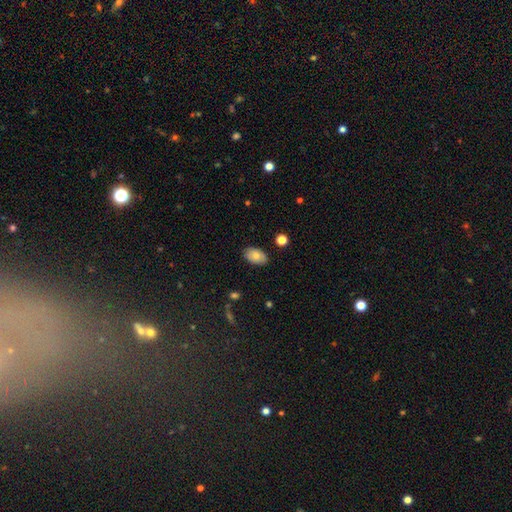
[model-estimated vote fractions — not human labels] This appears to be a smooth galaxy with no disk features (78%) that is in between round and cigar-shaped (92%). Merging: none (85%).